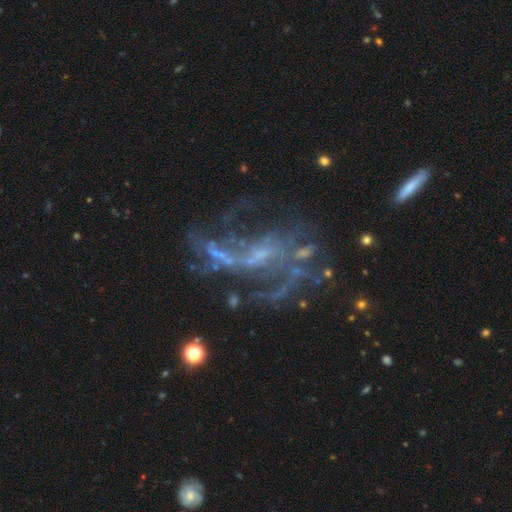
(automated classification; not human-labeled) smooth_or_featured: featured or disk (p=0.78) [alt: star or artifact p=0.16]
disk_edge_on: no (p=0.95) [alt: yes p=0.05]
bar: no (p=0.42) [alt: weak p=0.38]
has_spiral_arms: yes (p=0.77) [alt: no p=0.23]
spiral_winding: loose (p=0.62) [alt: medium p=0.28]
spiral_arm_count: 2 (p=0.37) [alt: can't tell p=0.26]
bulge_size: small (p=0.50) [alt: none p=0.35]
merging: none (p=0.38) [alt: major disturbance p=0.36]